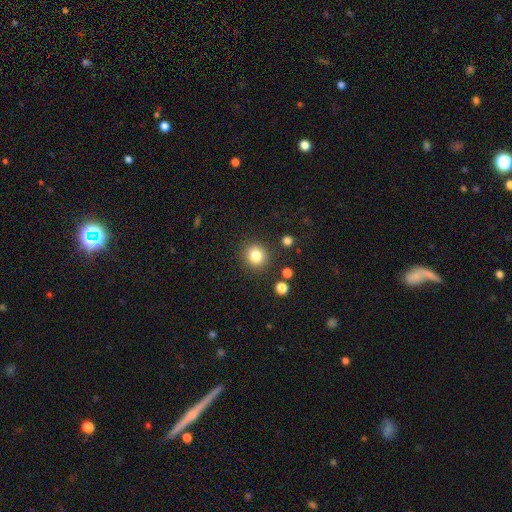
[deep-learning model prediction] Smooth or featured? Predicted: smooth (p=0.83). How rounded? Predicted: round (p=0.88). Merging? Predicted: none (p=0.87).